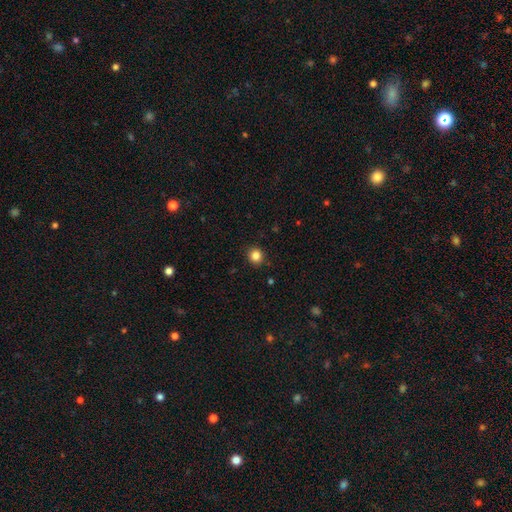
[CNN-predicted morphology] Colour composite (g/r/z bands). It shows a smooth galaxy with no disk features (84%) that is round (90%). Merging: none (92%).